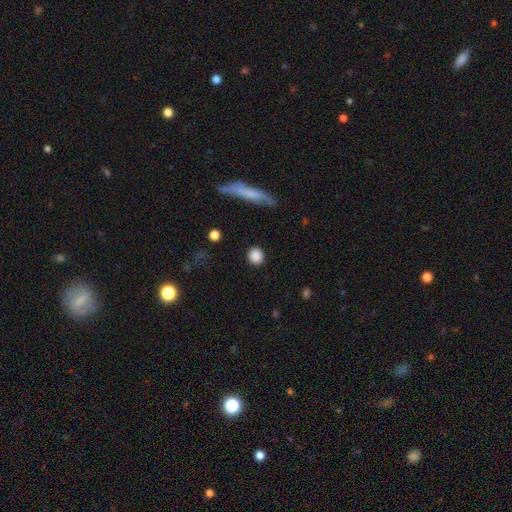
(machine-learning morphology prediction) Smooth or featured: smooth — 87% (star or artifact — 8%)
How rounded: round — 86% (in between — 12%)
Merging: none — 87% (minor disturbance — 8%)